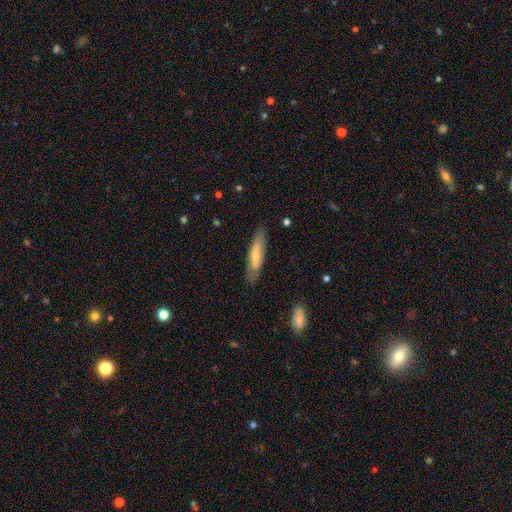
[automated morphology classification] This is likely a smooth galaxy (63%). How rounded: likely cigar-shaped (72%). Merging: clearly none (81%).